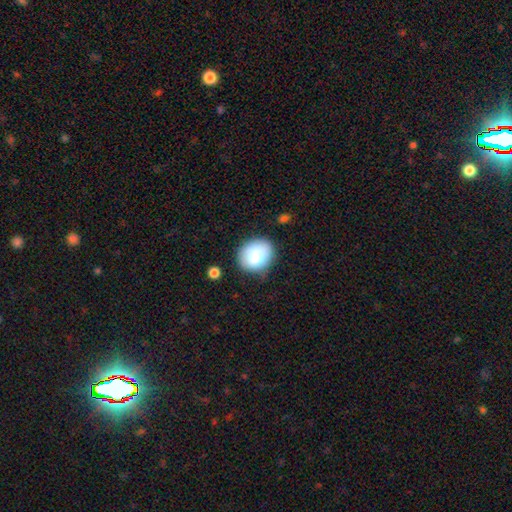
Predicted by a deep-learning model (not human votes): Morphology: type=smooth (82%); roundness=round (65%); merging=none (76%).